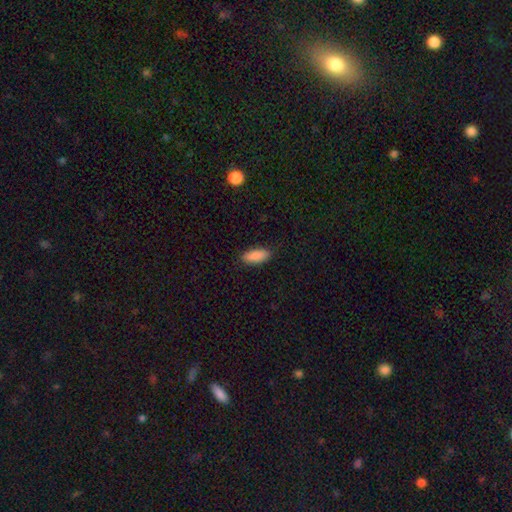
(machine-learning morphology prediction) Smooth or featured? smooth (87%)
How rounded? in between (80%)
Merging? none (87%)